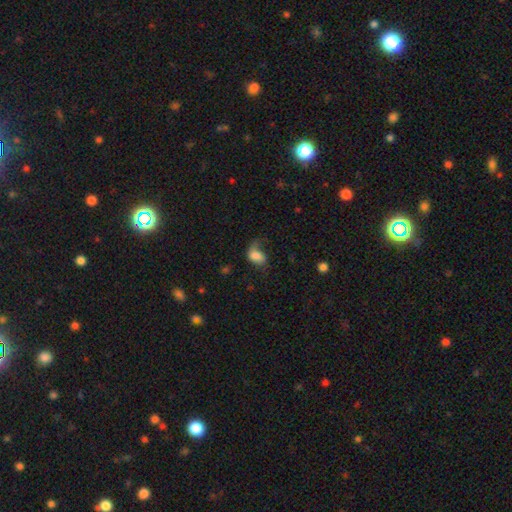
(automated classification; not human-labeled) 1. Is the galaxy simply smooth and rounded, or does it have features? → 66% smooth, 24% featured or disk, 10% star or artifact.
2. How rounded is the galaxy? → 82% in between, 17% round, 2% cigar-shaped.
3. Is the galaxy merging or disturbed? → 39% major disturbance, 31% none, 25% minor disturbance, 4% merger.